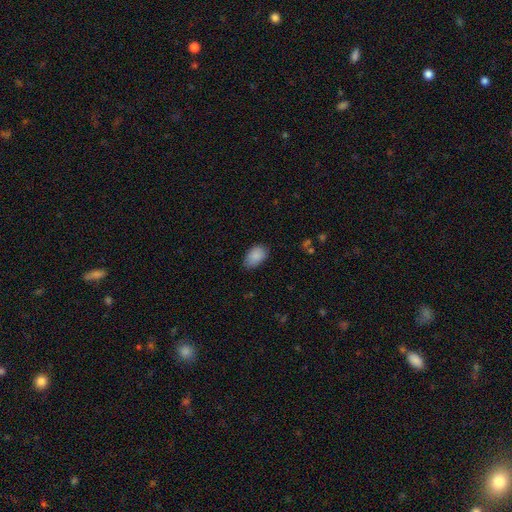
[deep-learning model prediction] A smooth galaxy with no disk features (88%) that is in between round and cigar-shaped (91%). Merging: none (77%).